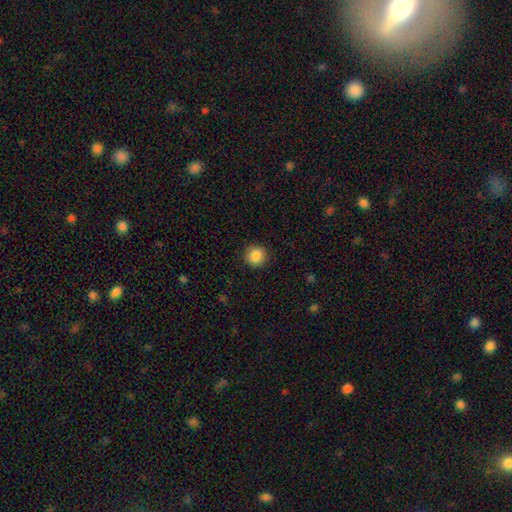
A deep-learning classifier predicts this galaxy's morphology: This appears to be a smooth galaxy with no disk features (87%) that is round (90%). Merging: none (90%).